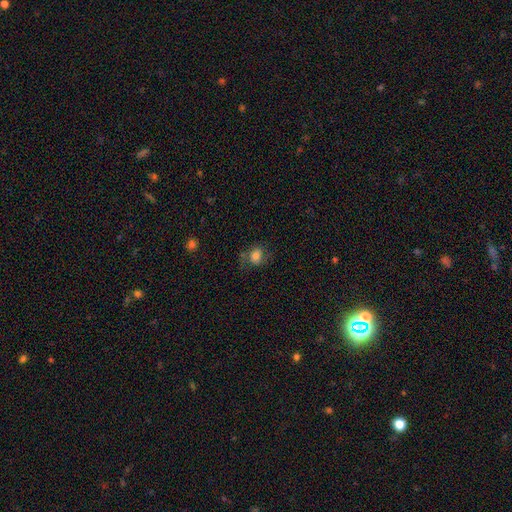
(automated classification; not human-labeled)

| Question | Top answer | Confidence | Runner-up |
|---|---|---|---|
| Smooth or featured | smooth | 70% | featured or disk (19%) |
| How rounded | in between | 51% | round (48%) |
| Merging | none | 54% | minor disturbance (25%) |